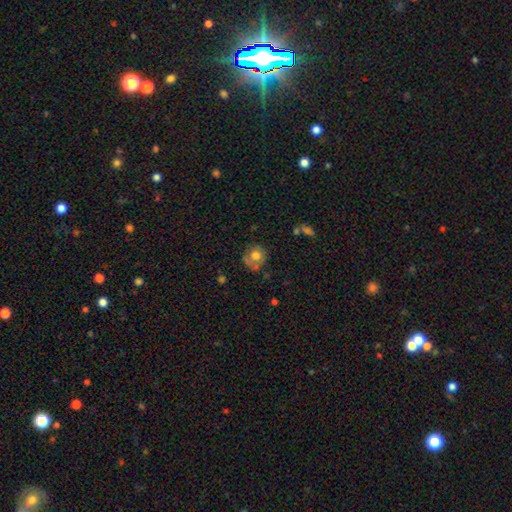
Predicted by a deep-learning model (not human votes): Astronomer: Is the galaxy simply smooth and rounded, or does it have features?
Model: smooth — 69%.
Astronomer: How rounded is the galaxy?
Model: round — 81%.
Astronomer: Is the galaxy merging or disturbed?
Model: none — 61%.